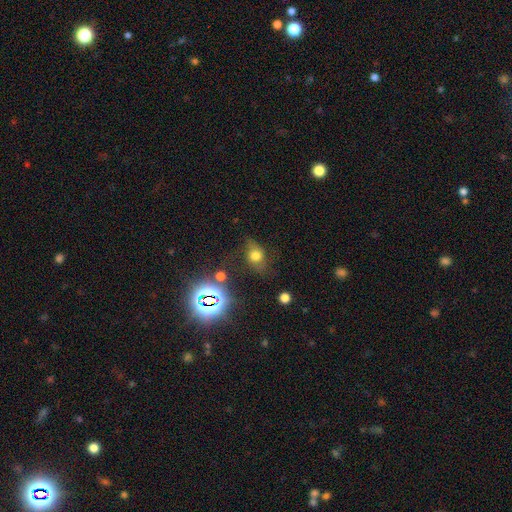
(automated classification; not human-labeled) Smooth or featured? smooth (59%)
How rounded? in between (50%)
Merging? none (57%)